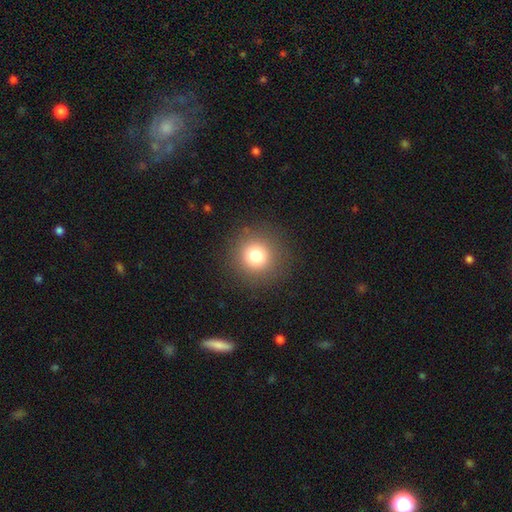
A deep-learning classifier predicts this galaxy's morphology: Smooth or featured? Predicted: smooth (p=0.77). How rounded? Predicted: round (p=0.94). Merging? Predicted: none (p=0.90).